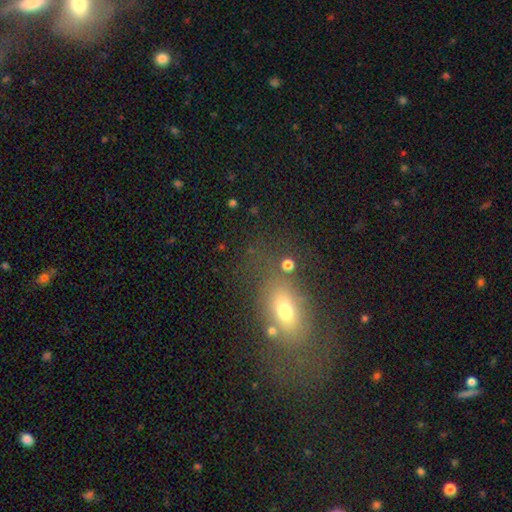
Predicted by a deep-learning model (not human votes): Morphology: type=smooth (57%); roundness=in between (76%); merging=none (60%).